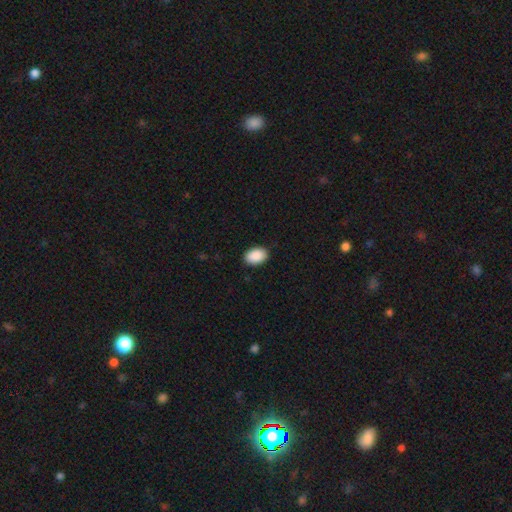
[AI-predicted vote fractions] Overall: smooth (91%). How rounded: in between (87%). Merging: none (90%).